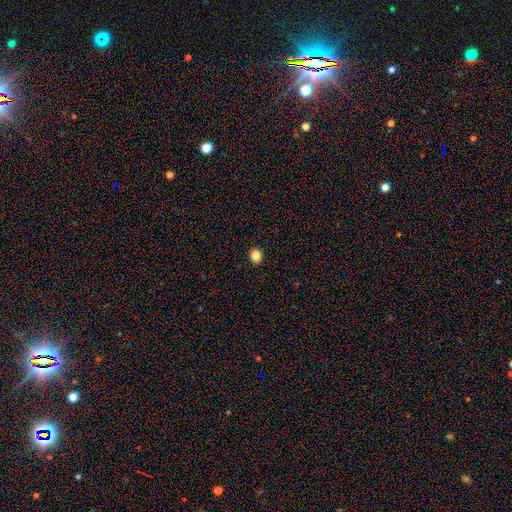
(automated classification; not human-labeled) Overall: smooth (85%). How rounded: round (72%). Merging: none (93%).